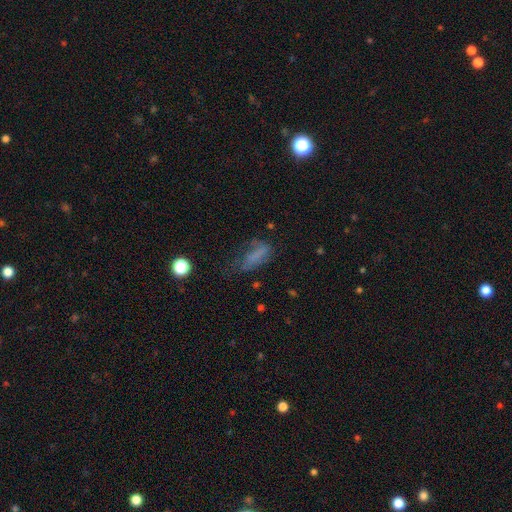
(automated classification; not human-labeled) Smooth or featured? smooth (60%)
How rounded? in between (65%)
Merging? major disturbance (35%)